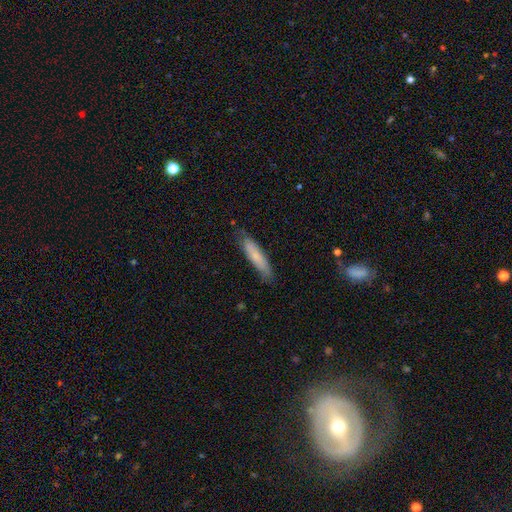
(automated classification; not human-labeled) Q: Smooth or featured?
A: smooth (74%); runner-up: featured or disk (20%)
Q: How rounded?
A: cigar-shaped (81%); runner-up: in between (17%)
Q: Merging?
A: none (79%); runner-up: minor disturbance (17%)